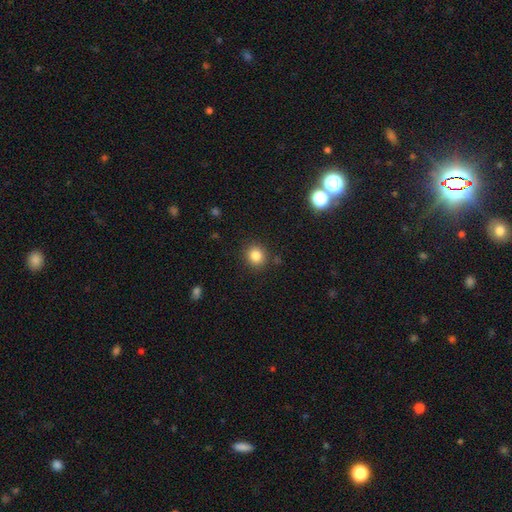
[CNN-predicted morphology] Q: Smooth or featured?
A: smooth (84%); runner-up: star or artifact (11%)
Q: How rounded?
A: round (85%); runner-up: in between (14%)
Q: Merging?
A: none (88%); runner-up: minor disturbance (8%)